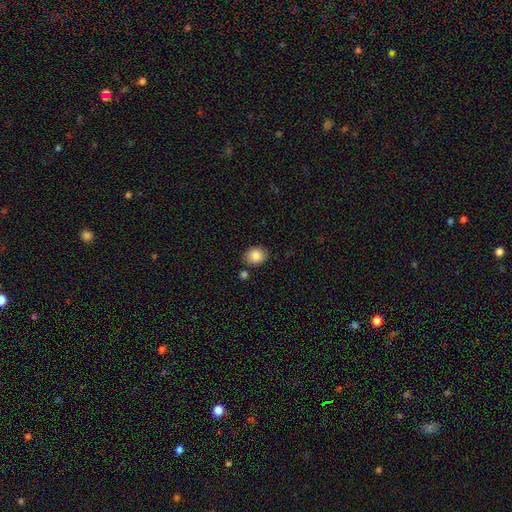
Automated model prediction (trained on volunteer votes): smooth-or-featured: smooth: 86% | star or artifact: 8% | featured or disk: 6%
  how-rounded: round: 59% | in between: 40% | cigar-shaped: 1%
  merging: none: 79% | minor disturbance: 12% | merger: 6% | major disturbance: 3%